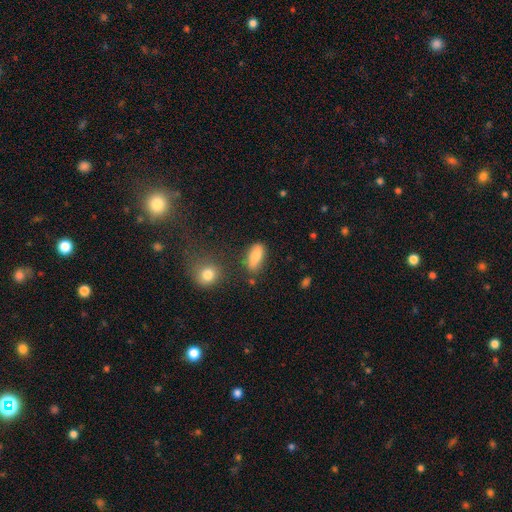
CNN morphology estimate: Overall: smooth (77%). How rounded: in between (82%). Merging: none (76%).